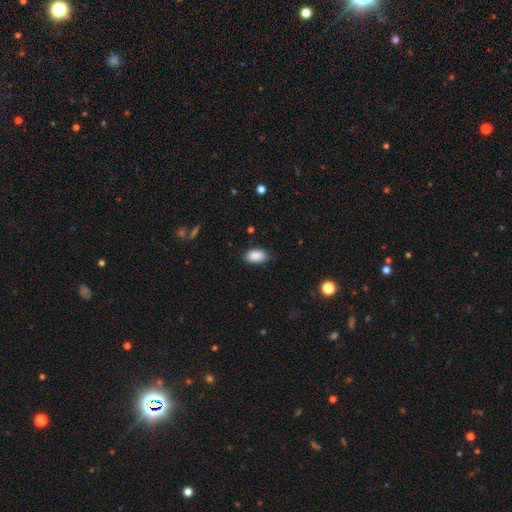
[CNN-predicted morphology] This appears to be a smooth galaxy with no disk features (90%) that is in between round and cigar-shaped (93%). Merging: none (82%).